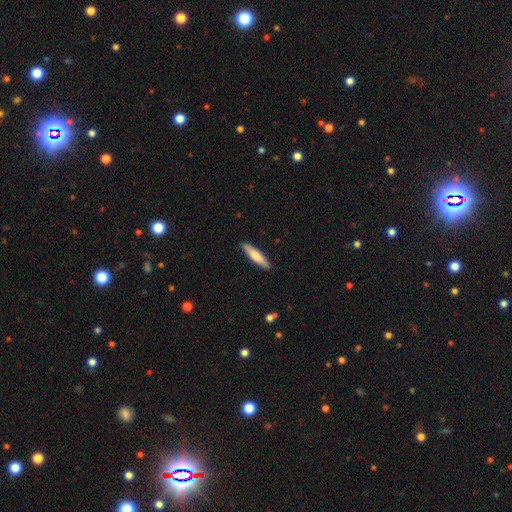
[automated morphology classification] smooth 70%, featured or disk 25%, star or artifact 5%. Down the decision tree: how rounded — cigar-shaped (82%); merging — none (90%).